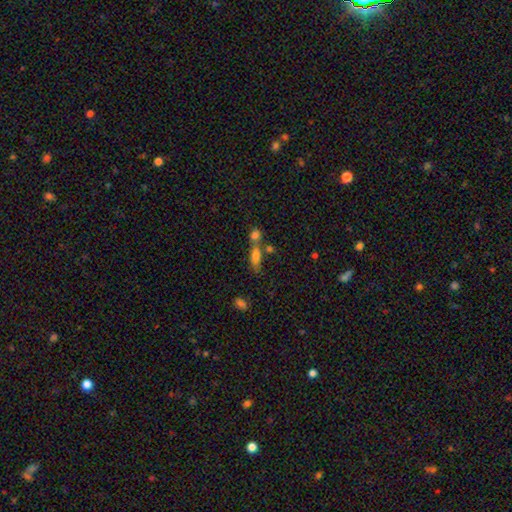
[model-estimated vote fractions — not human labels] smooth 74%, featured or disk 14%, star or artifact 12%. Down the decision tree: how rounded — in between (63%); merging — merger (46%).